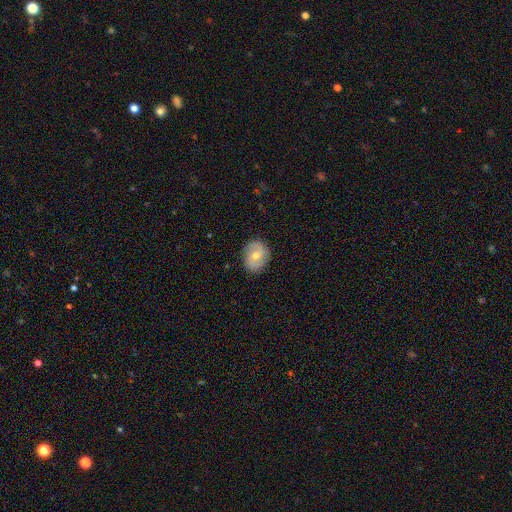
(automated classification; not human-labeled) A featured or disk galaxy (57%) with no bar (53%), spiral arms (80%) and a moderate central bulge (58%). Merging: none (84%).